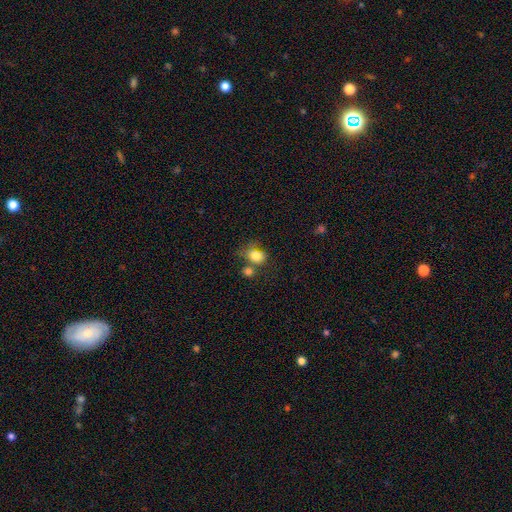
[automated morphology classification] The model was most divided on "how rounded": round: 51%, in between: 48%, cigar-shaped: 1%. Remaining: smooth or featured — smooth (81%); merging — none (41%).